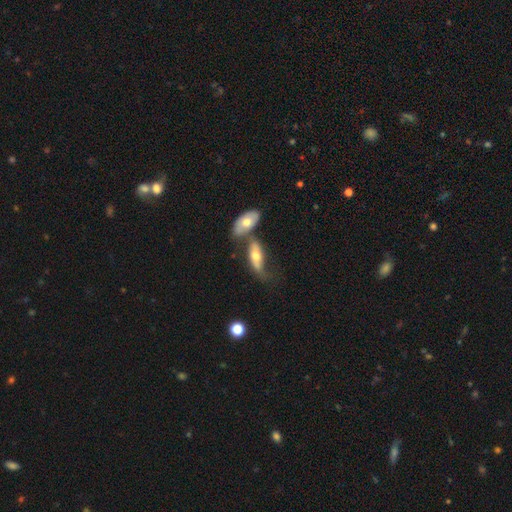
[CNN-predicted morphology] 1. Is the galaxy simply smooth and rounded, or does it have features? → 48% smooth, 45% featured or disk, 6% star or artifact.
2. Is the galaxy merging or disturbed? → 42% merger, 29% none, 17% minor disturbance, 12% major disturbance.